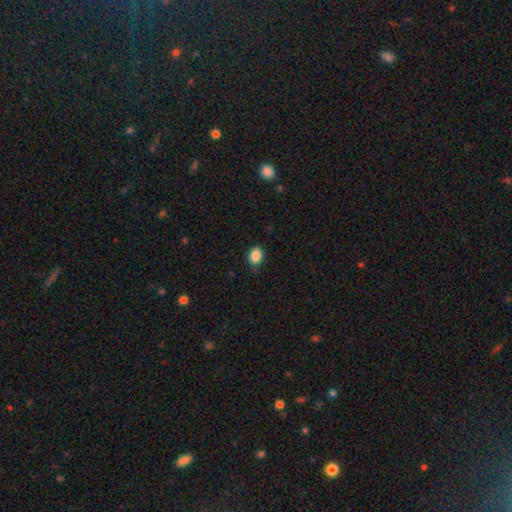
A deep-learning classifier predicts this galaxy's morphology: This is clearly a smooth galaxy (87%). How rounded: likely in between (62%). Merging: clearly none (82%).